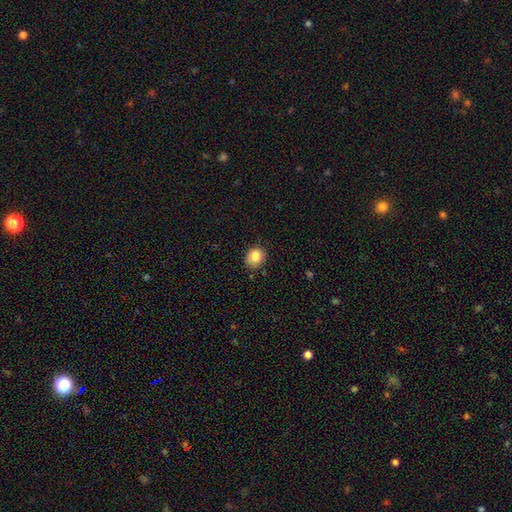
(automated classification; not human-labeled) Smooth or featured: smooth — 84% (star or artifact — 10%)
How rounded: round — 72% (in between — 27%)
Merging: none — 84% (minor disturbance — 12%)